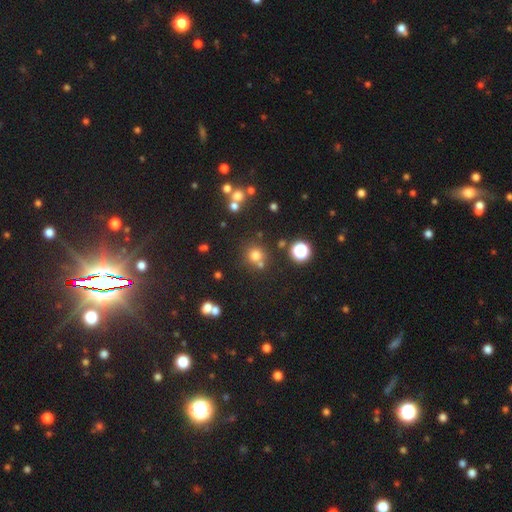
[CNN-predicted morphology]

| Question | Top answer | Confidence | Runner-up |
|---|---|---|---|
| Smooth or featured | smooth | 70% | star or artifact (21%) |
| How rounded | round | 92% | in between (7%) |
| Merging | none | 72% | merger (16%) |